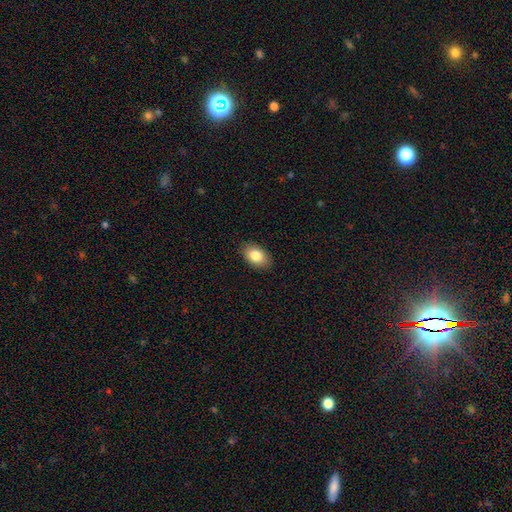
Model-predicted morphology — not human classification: Smooth or featured?
  - smooth: 83% *
  - featured or disk: 10%
  - star or artifact: 8%
How rounded?
  - in between: 90% *
  - round: 9%
  - cigar-shaped: 1%
Merging?
  - none: 89% *
  - minor disturbance: 8%
  - major disturbance: 2%
  - merger: 1%